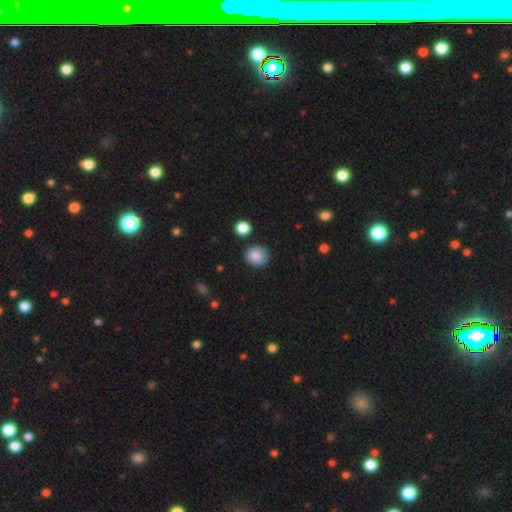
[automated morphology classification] This is clearly a smooth galaxy (86%). How rounded: likely round (76%). Merging: clearly none (81%).